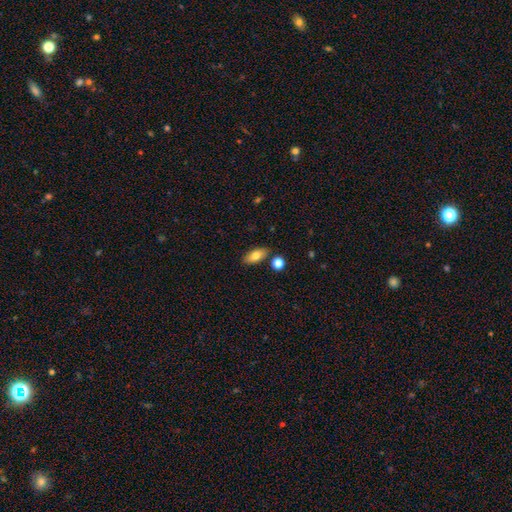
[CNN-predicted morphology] A smooth galaxy with no disk features (79%) that is in between round and cigar-shaped (87%). Merging: none (82%).